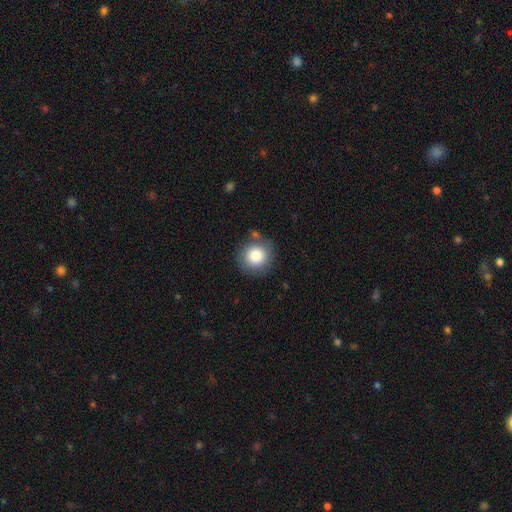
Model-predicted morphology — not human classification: Smooth or featured? smooth (85%)
How rounded? round (92%)
Merging? none (81%)